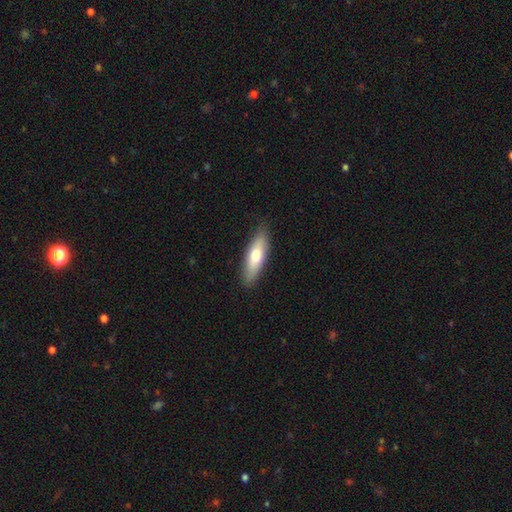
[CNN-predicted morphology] Smooth or featured? Predicted: smooth (p=0.68). How rounded? Predicted: cigar-shaped (p=0.51). Merging? Predicted: none (p=0.86).